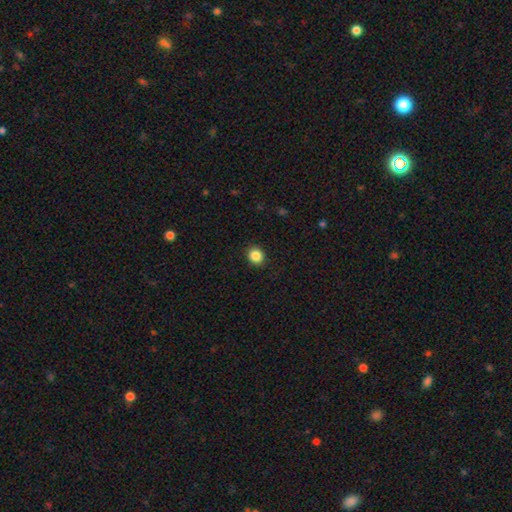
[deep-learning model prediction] Smooth or featured? Predicted: smooth (p=0.86). How rounded? Predicted: round (p=0.78). Merging? Predicted: none (p=0.91).